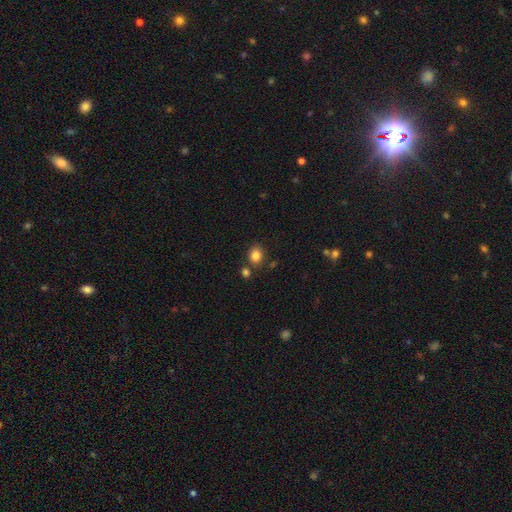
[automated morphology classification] Smooth or featured? smooth (84%)
How rounded? round (57%)
Merging? none (74%)